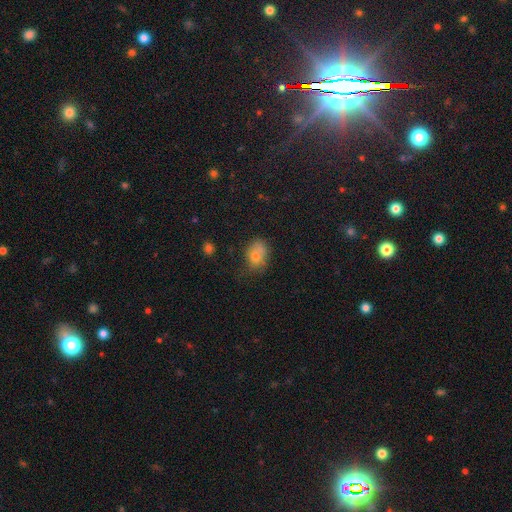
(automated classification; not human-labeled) smooth 69%, star or artifact 16%, featured or disk 15%. Down the decision tree: how rounded — in between (62%); merging — none (48%).